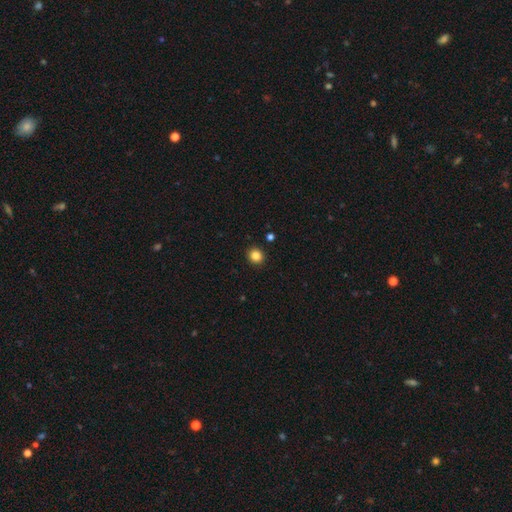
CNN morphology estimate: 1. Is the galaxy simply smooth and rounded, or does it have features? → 85% smooth, 11% star or artifact, 4% featured or disk.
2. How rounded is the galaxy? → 85% round, 14% in between, 1% cigar-shaped.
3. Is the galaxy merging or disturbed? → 92% none, 5% minor disturbance, 2% major disturbance, 1% merger.